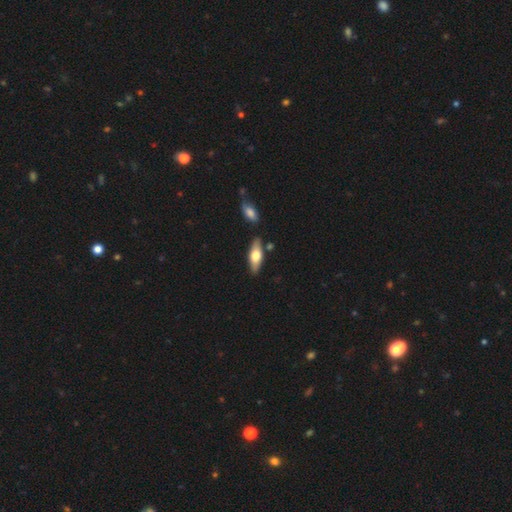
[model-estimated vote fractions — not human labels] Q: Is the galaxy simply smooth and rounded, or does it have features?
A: smooth — 56%.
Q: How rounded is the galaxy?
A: in between — 65%.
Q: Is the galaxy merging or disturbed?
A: none — 82%.